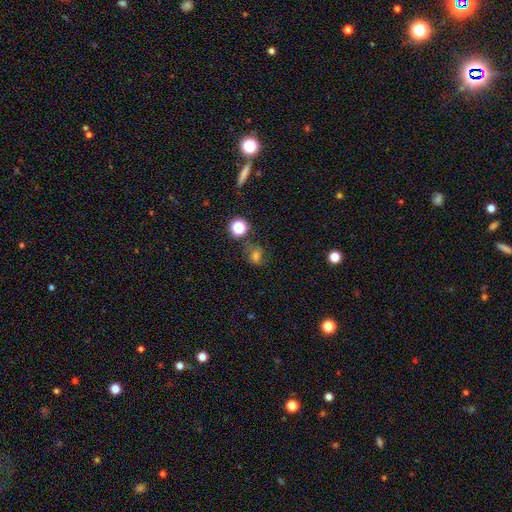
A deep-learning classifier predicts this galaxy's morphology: Q: Smooth or featured?
A: smooth (61%); runner-up: star or artifact (22%)
Q: How rounded?
A: round (55%); runner-up: in between (43%)
Q: Merging?
A: none (63%); runner-up: minor disturbance (21%)